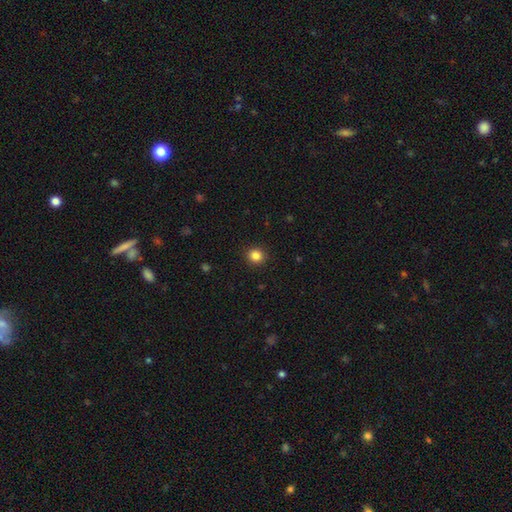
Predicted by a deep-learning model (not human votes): smooth_or_featured: smooth (p=0.85) [alt: star or artifact p=0.11]
how_rounded: round (p=0.89) [alt: in between p=0.11]
merging: none (p=0.92) [alt: minor disturbance p=0.05]